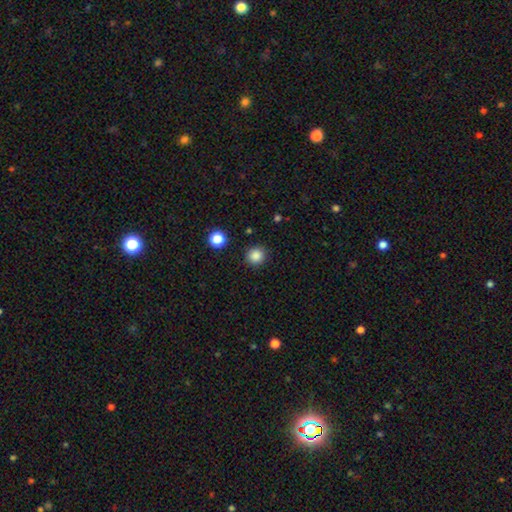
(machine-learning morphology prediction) Overall: smooth (85%). How rounded: round (94%). Merging: none (90%).